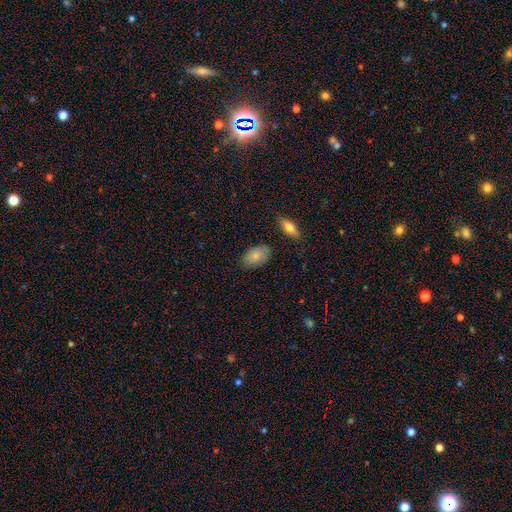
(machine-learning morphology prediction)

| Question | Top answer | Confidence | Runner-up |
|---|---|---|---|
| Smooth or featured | smooth | 81% | featured or disk (13%) |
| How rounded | in between | 93% | round (5%) |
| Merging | none | 79% | minor disturbance (15%) |